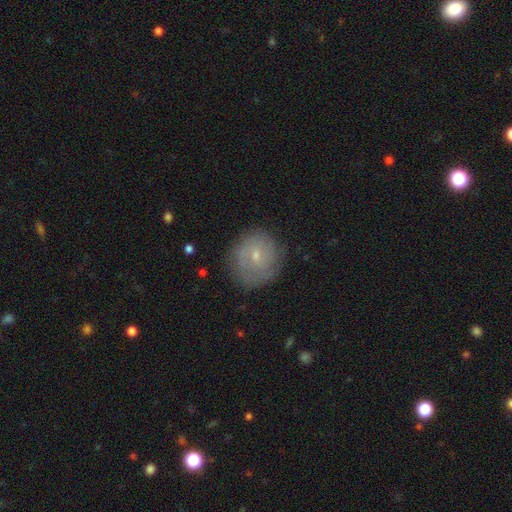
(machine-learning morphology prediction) smooth_or_featured: featured or disk (p=0.46) [alt: smooth p=0.45]
merging: none (p=0.77) [alt: minor disturbance p=0.16]